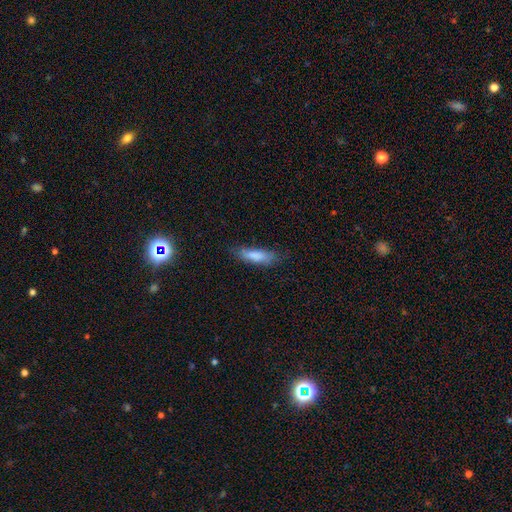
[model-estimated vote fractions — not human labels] This appears to be a smooth galaxy with no disk features (80%) that is cigar-shaped (55%). Merging: none (67%).